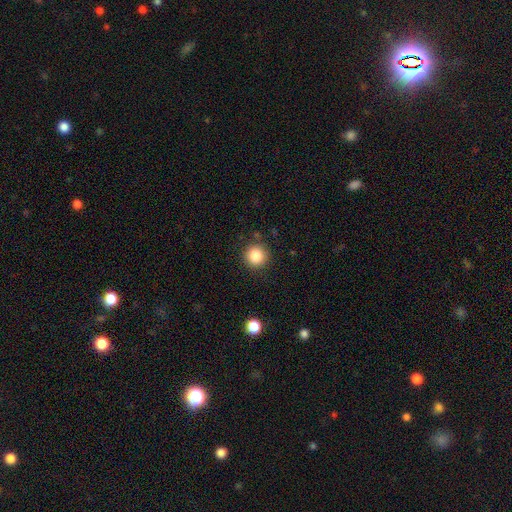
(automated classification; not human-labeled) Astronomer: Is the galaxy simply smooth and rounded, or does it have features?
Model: smooth — 85%.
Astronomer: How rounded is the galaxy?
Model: round — 94%.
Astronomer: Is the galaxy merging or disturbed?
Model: none — 88%.